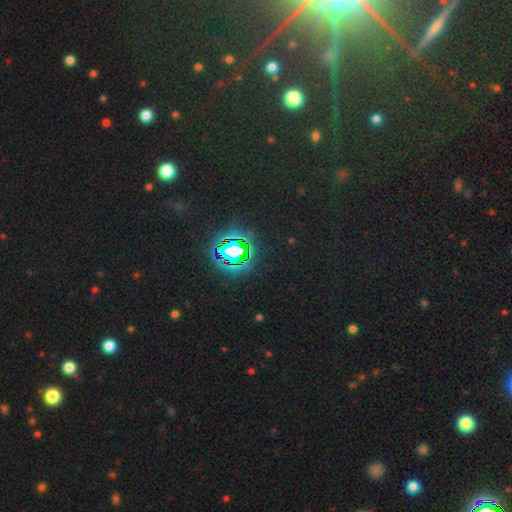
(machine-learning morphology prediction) A star or artifact, not a galaxy (80%).

Vote fractions:
- Smooth or featured? star or artifact: 80% / smooth: 12% / featured or disk: 8%